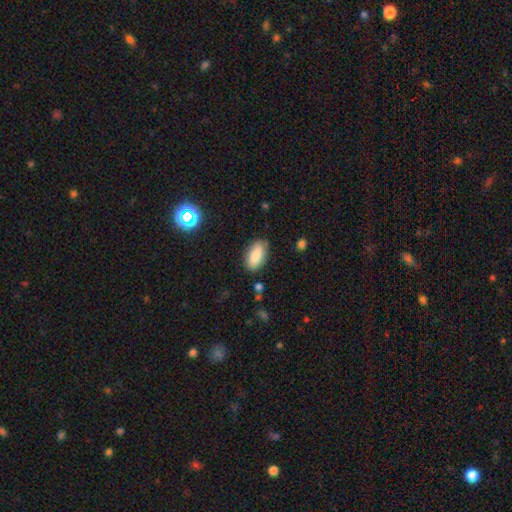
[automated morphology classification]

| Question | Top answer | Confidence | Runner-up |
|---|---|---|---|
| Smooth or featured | smooth | 81% | featured or disk (11%) |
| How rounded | in between | 91% | cigar-shaped (6%) |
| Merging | none | 82% | minor disturbance (13%) |